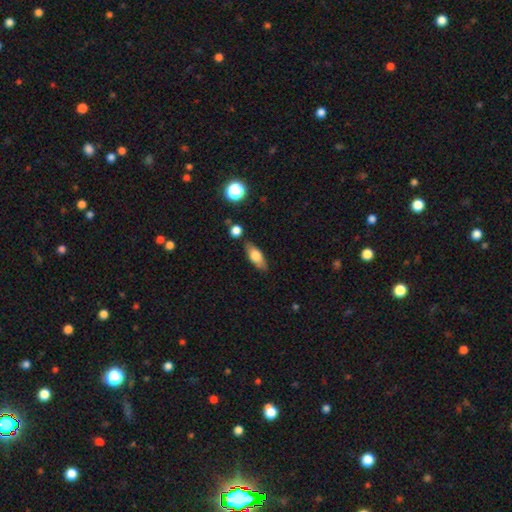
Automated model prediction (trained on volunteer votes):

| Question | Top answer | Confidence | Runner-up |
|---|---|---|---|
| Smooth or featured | smooth | 70% | featured or disk (23%) |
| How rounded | in between | 73% | cigar-shaped (23%) |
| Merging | none | 80% | minor disturbance (13%) |